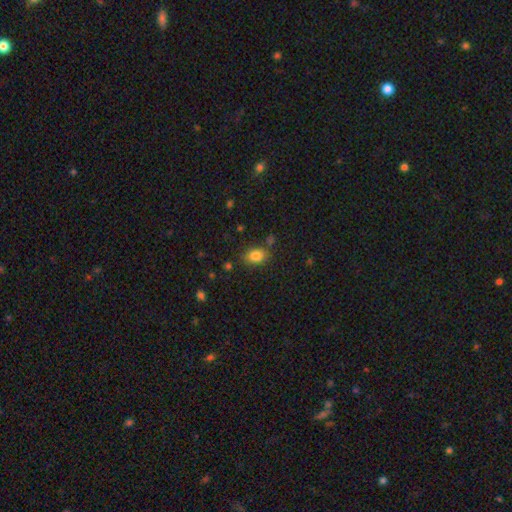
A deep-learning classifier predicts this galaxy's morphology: This is clearly a smooth galaxy (83%). How rounded: likely in between (73%). Merging: likely none (79%).